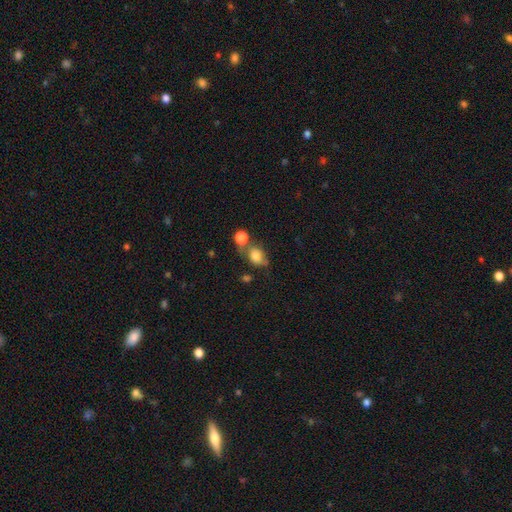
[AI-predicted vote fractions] Smooth or featured?
  - smooth: 75% *
  - featured or disk: 14%
  - star or artifact: 11%
How rounded?
  - in between: 59% *
  - round: 39%
  - cigar-shaped: 2%
Merging?
  - none: 44% *
  - merger: 25%
  - minor disturbance: 20%
  - major disturbance: 10%